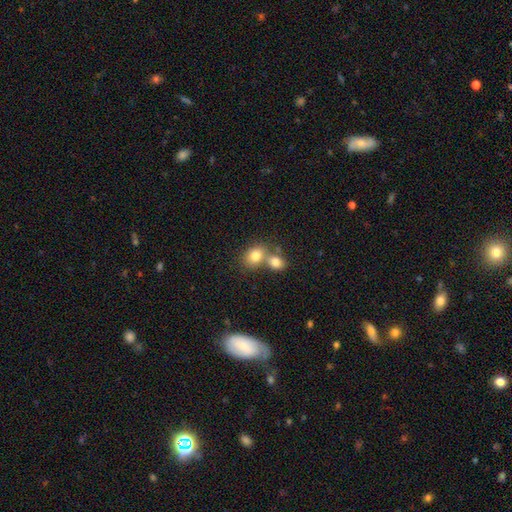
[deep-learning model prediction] A smooth galaxy with no disk features (80%) that is in between round and cigar-shaped (52%).

Vote fractions:
- Smooth or featured? smooth: 80% / star or artifact: 10% / featured or disk: 10%
- How rounded? in between: 52% / round: 47% / cigar-shaped: 1%
- Merging? merger: 53% / none: 36% / minor disturbance: 8% / major disturbance: 3%